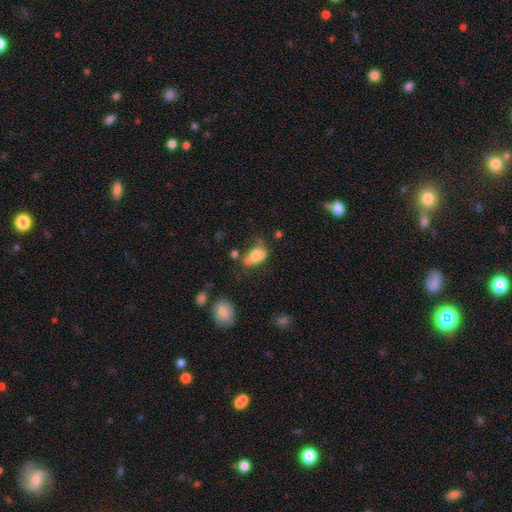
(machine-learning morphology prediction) This is likely a smooth galaxy (64%). How rounded: likely in between (66%). Merging: marginally merger (39%).